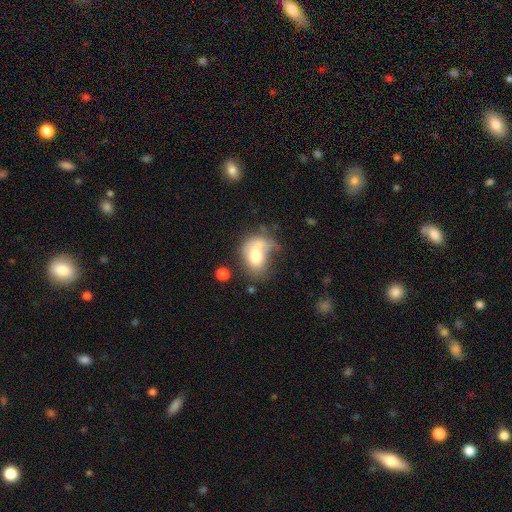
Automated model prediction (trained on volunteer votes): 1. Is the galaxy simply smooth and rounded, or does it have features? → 65% smooth, 25% featured or disk, 9% star or artifact.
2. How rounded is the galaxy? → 70% in between, 29% round, 1% cigar-shaped.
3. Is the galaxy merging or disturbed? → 34% major disturbance, 24% minor disturbance, 23% none, 18% merger.